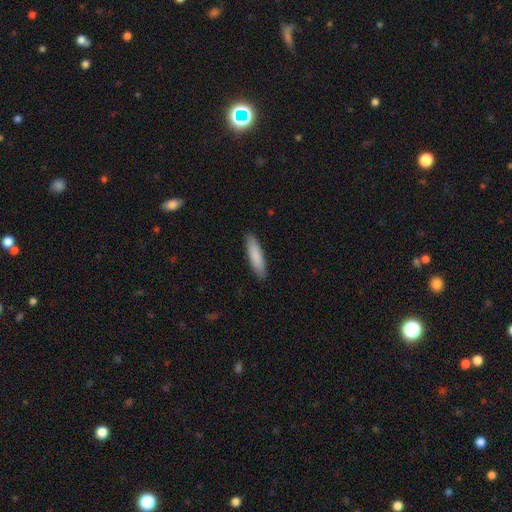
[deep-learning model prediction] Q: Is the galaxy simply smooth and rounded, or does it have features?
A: smooth — 85%.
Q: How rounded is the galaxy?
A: cigar-shaped — 77%.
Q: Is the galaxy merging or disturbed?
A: none — 89%.